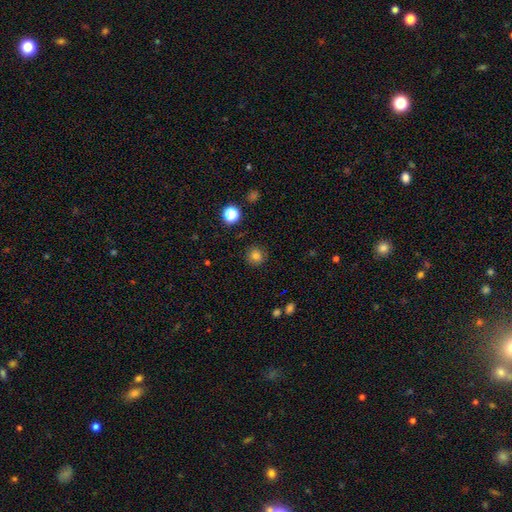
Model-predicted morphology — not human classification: type=smooth (80%); roundness=round (93%); merging=none (89%).